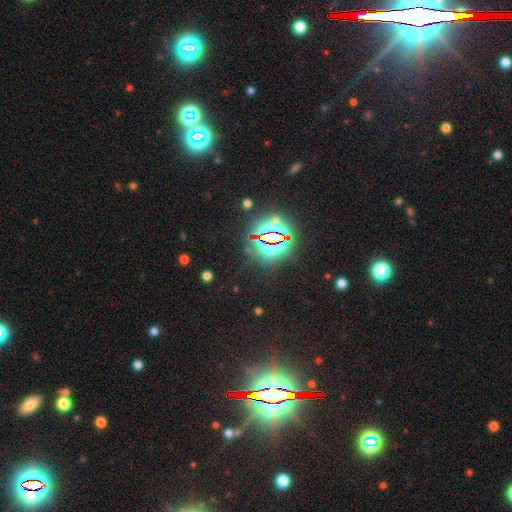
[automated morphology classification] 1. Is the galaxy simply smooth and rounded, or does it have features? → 84% star or artifact, 9% smooth, 7% featured or disk.